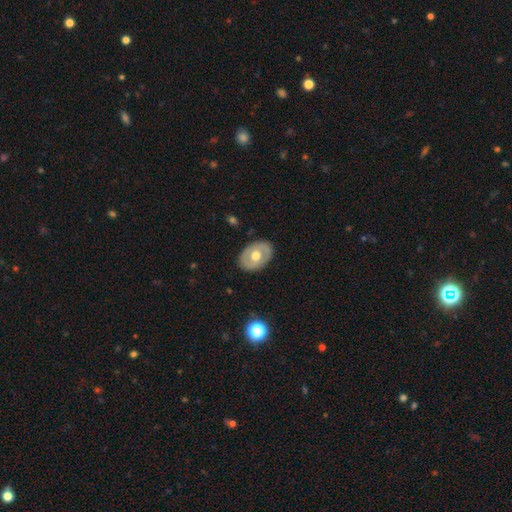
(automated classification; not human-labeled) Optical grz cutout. It shows a featured or disk galaxy (50%). Merging: none (85%).